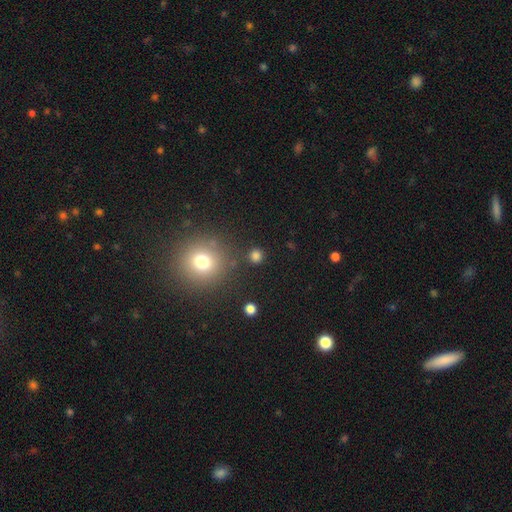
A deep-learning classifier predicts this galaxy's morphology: smooth 78%, star or artifact 17%, featured or disk 4%. Down the decision tree: how rounded — round (91%); merging — none (87%).